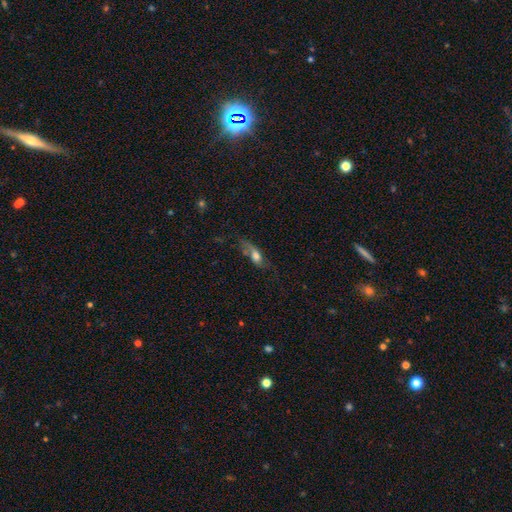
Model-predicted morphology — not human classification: smooth_or_featured: smooth (p=0.52) [alt: featured or disk p=0.38]
how_rounded: in between (p=0.62) [alt: cigar-shaped p=0.32]
merging: none (p=0.41) [alt: minor disturbance p=0.27]